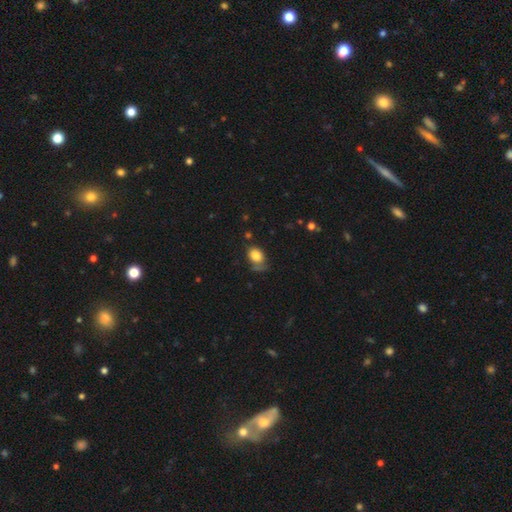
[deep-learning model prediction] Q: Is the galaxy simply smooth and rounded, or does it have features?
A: smooth — 83%.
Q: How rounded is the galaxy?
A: in between — 73%.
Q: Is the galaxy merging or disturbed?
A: none — 53%.